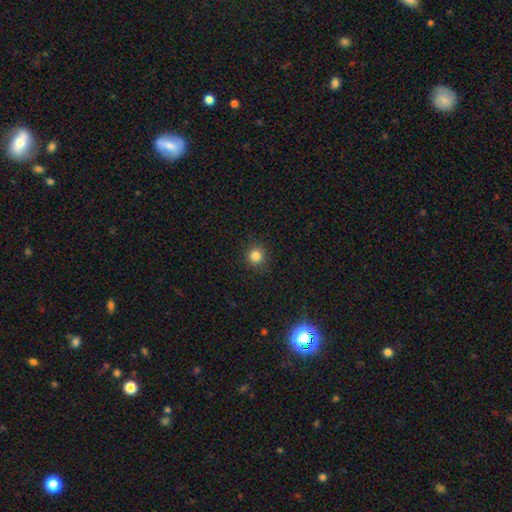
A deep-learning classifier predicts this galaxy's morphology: Overall: smooth (83%). How rounded: round (93%). Merging: none (90%).